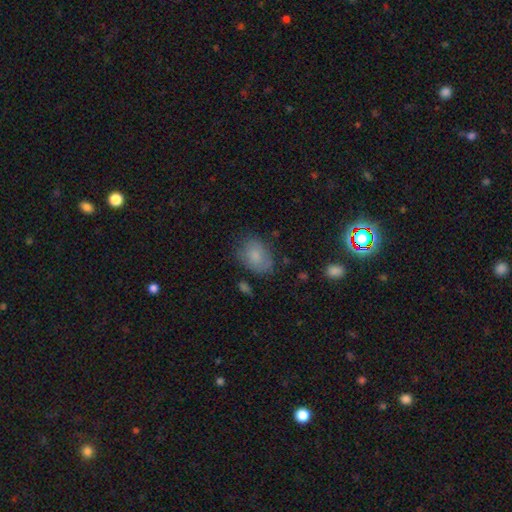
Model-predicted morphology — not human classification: This appears to be a smooth galaxy with no disk features (79%) that is in between round and cigar-shaped (75%). Merging: none (67%).